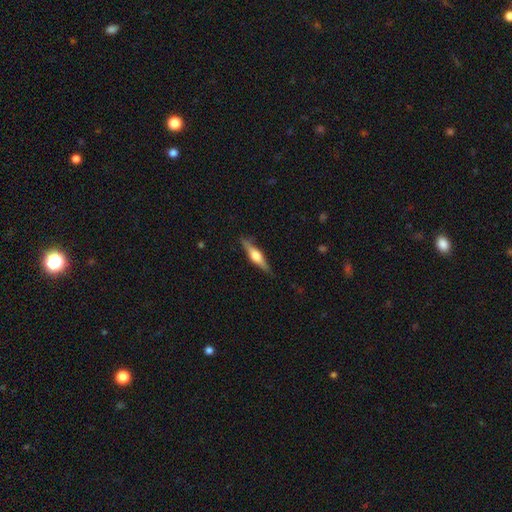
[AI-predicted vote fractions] This is likely a featured or disk galaxy (64%). It is clearly viewed edge-on (96%). Edge-on bulge: clearly rounded (89%). Merging: clearly none (86%).